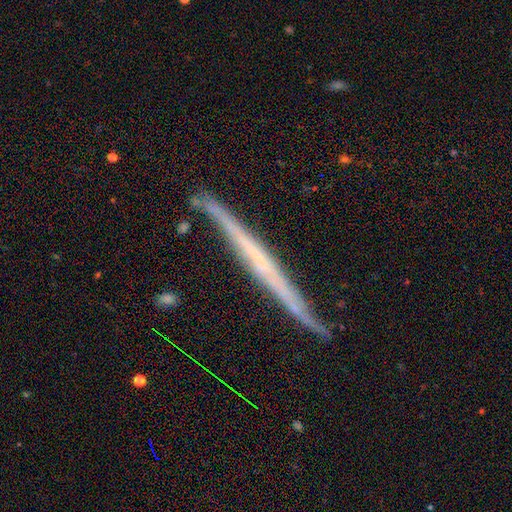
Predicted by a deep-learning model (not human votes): Smooth or featured: featured or disk — 70% (smooth — 23%)
Edge-on disk: yes — 96% (no — 4%)
Edge-on bulge: none — 79% (rounded — 12%)
Merging: none — 80% (minor disturbance — 15%)